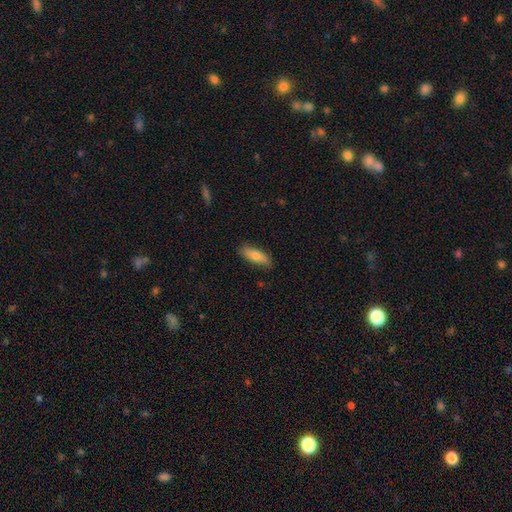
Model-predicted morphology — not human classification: The model was most divided on "how rounded": in between: 58%, cigar-shaped: 40%, round: 2%. More confident: merging — none (84%); smooth or featured — smooth (79%).